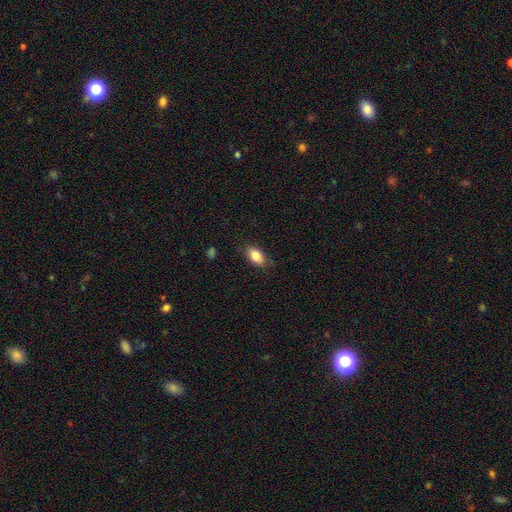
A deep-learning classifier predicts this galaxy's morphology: Smooth or featured? smooth (83%)
How rounded? in between (88%)
Merging? none (80%)